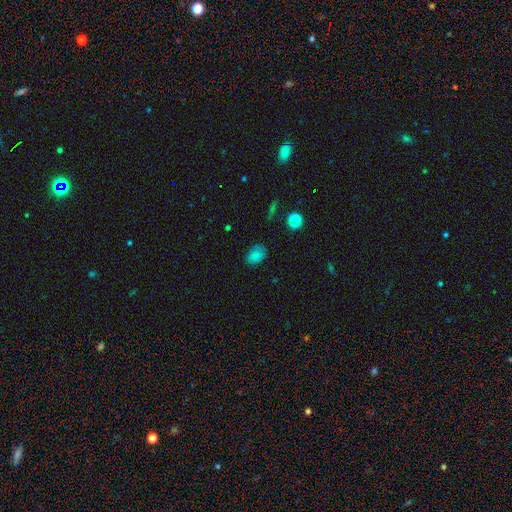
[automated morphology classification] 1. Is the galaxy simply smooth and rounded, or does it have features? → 80% smooth, 13% star or artifact, 7% featured or disk.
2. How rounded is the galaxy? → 80% in between, 18% round, 1% cigar-shaped.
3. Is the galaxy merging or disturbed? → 77% none, 17% minor disturbance, 4% major disturbance, 2% merger.